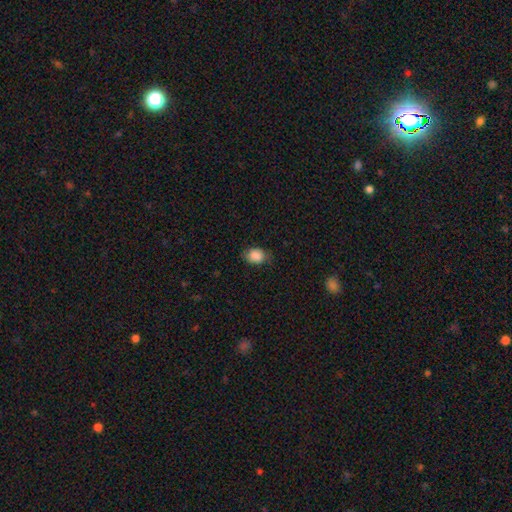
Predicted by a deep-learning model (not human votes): smooth-or-featured: smooth: 85% | star or artifact: 8% | featured or disk: 7%
  how-rounded: in between: 66% | round: 33% | cigar-shaped: 1%
  merging: none: 73% | minor disturbance: 21% | major disturbance: 5% | merger: 1%